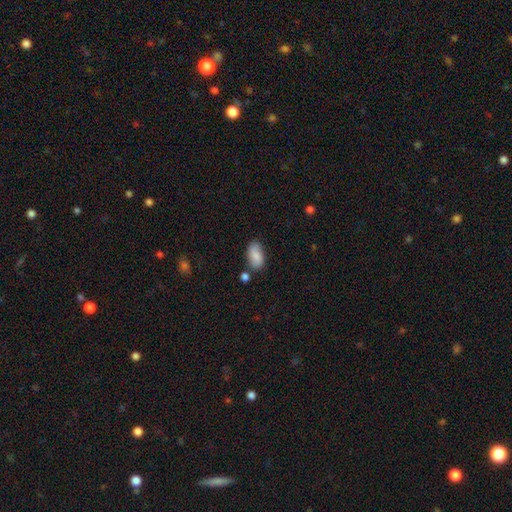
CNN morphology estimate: Smooth or featured?
  - smooth: 79% *
  - featured or disk: 14%
  - star or artifact: 7%
How rounded?
  - in between: 93% *
  - round: 4%
  - cigar-shaped: 3%
Merging?
  - none: 73% *
  - minor disturbance: 17%
  - merger: 6%
  - major disturbance: 4%